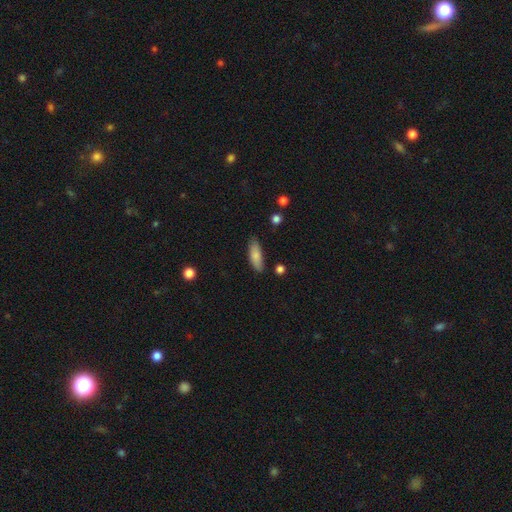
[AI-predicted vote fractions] A smooth galaxy with no disk features (80%) that is in between round and cigar-shaped (62%). Merging: none (81%).